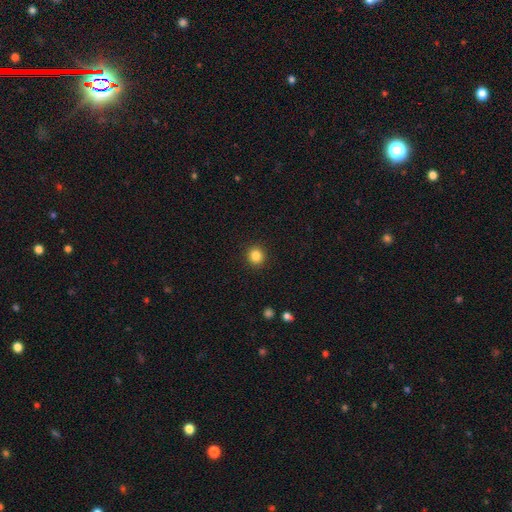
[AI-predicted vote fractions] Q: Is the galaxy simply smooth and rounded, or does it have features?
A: smooth — 85%.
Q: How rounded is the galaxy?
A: round — 88%.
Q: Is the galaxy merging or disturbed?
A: none — 92%.